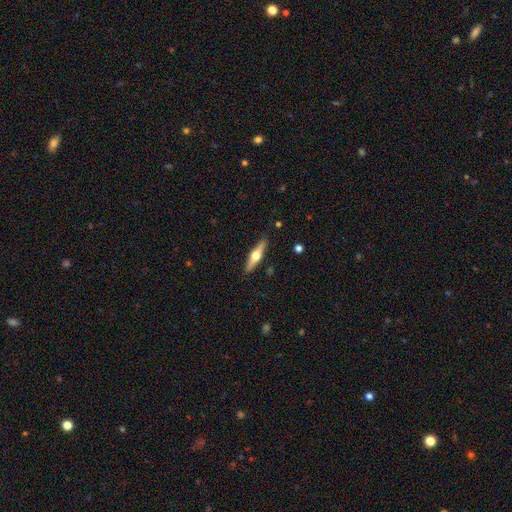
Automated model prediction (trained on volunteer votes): This is likely a featured or disk galaxy (63%). It is clearly viewed edge-on (96%). Edge-on bulge: clearly rounded (96%). Merging: clearly none (90%).